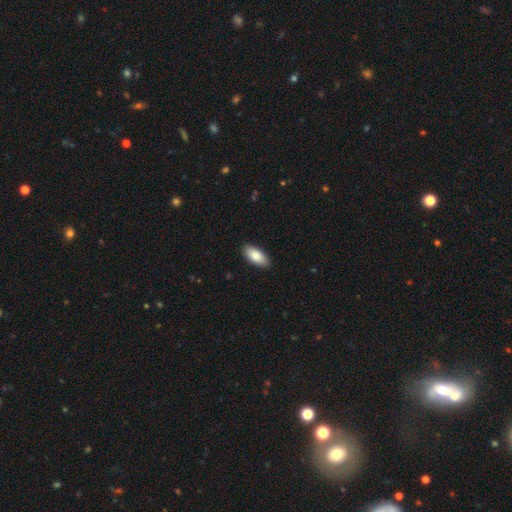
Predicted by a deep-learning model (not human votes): The model was most divided on "smooth or featured": smooth: 83%, featured or disk: 11%, star or artifact: 6%. More confident: merging — none (90%); how rounded — in between (90%).